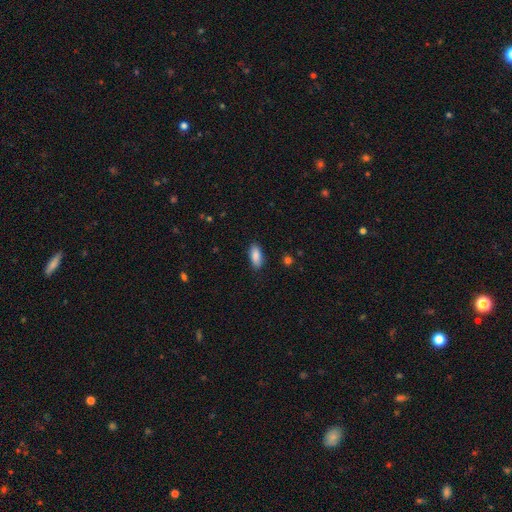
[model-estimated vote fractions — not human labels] Smooth or featured? smooth (89%)
How rounded? in between (84%)
Merging? none (86%)